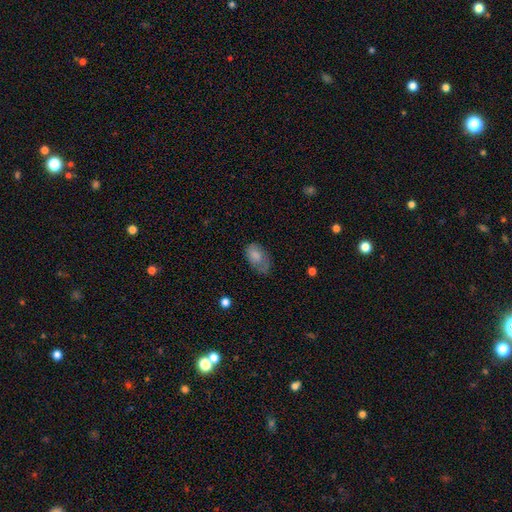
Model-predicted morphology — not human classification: This appears to be a smooth galaxy with no disk features (75%) that is in between round and cigar-shaped (91%). Merging: none (46%).